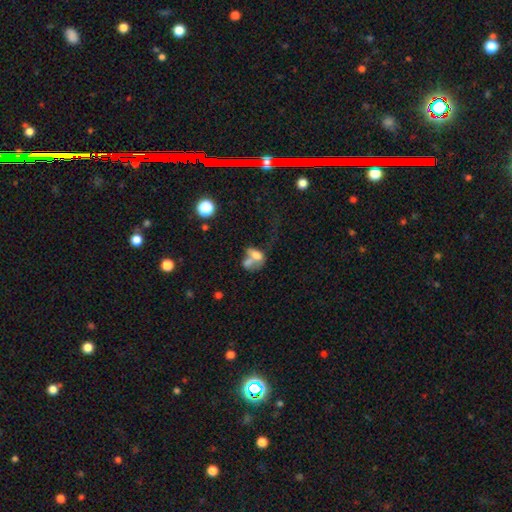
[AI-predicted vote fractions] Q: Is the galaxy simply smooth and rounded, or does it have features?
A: smooth — 59%.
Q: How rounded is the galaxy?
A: in between — 73%.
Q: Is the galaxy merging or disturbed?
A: merger — 61%.